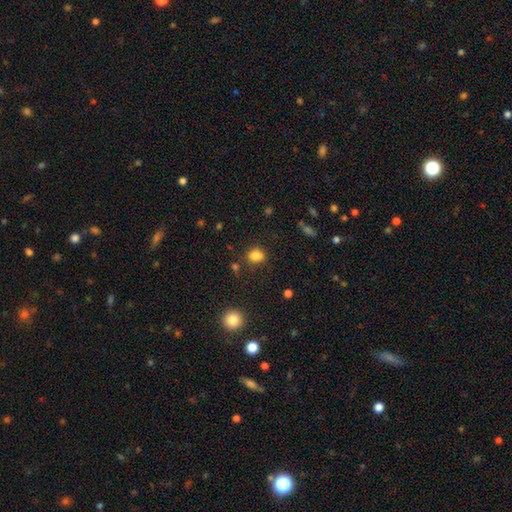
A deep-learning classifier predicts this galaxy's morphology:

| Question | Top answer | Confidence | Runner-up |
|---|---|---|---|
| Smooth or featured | smooth | 83% | star or artifact (12%) |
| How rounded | in between | 50% | round (49%) |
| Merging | none | 79% | minor disturbance (13%) |